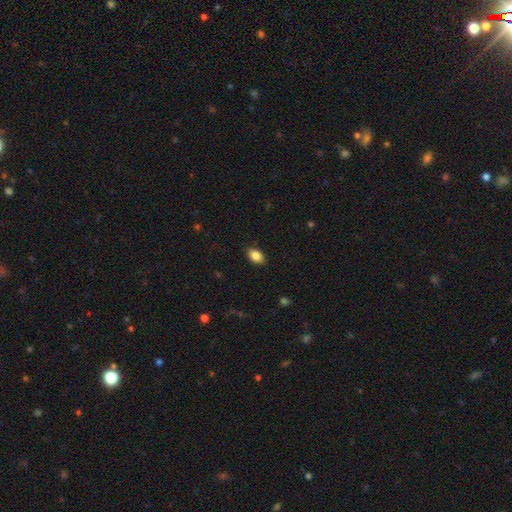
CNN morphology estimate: This appears to be a smooth galaxy with no disk features (85%) that is in between round and cigar-shaped (88%). Merging: none (87%).